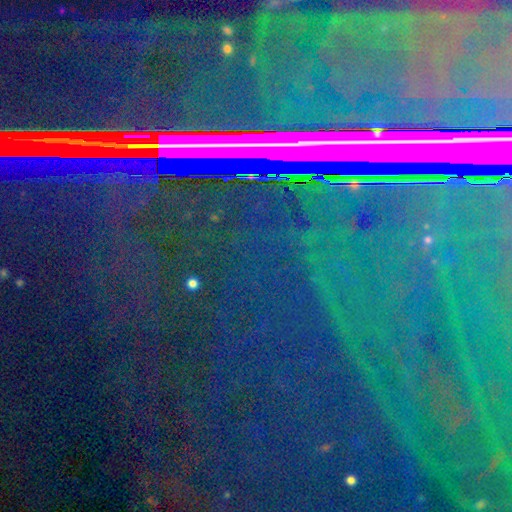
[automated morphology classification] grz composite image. It shows a star or artifact, not a galaxy (86%).